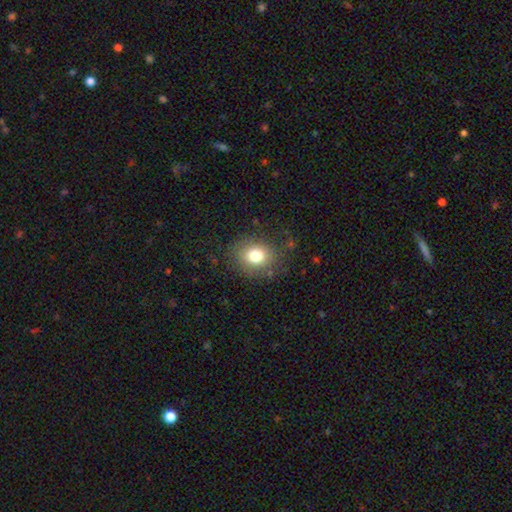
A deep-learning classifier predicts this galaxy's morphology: smooth_or_featured: smooth (p=0.76) [alt: star or artifact p=0.13]
how_rounded: round (p=0.68) [alt: in between p=0.31]
merging: none (p=0.81) [alt: minor disturbance p=0.12]